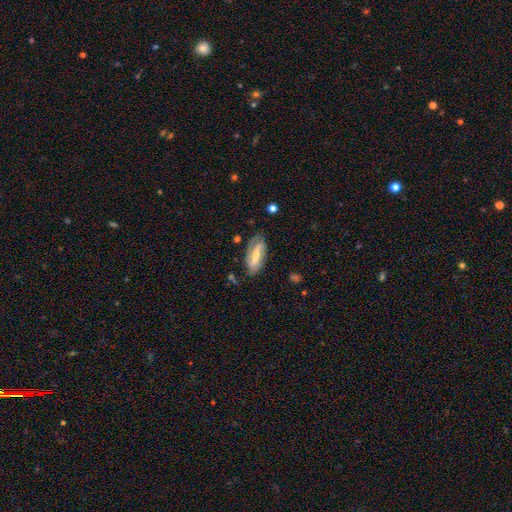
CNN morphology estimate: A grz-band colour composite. It shows a featured or disk galaxy (73%) with a strong bar (50%), 2 (84%) medium (42%) spiral arms (92%) and a small central bulge (45%). Merging: none (75%).